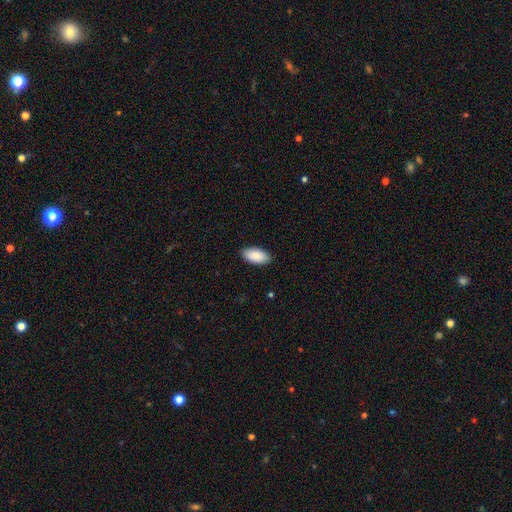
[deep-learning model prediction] This is clearly a smooth galaxy (90%). How rounded: clearly in between (95%). Merging: clearly none (89%).